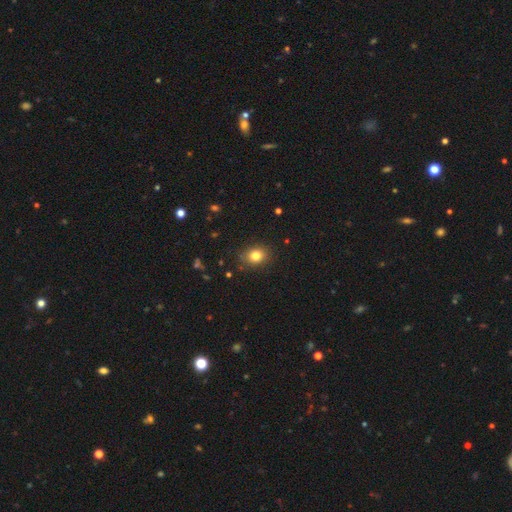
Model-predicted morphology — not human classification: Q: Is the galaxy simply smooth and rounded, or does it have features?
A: smooth — 81%.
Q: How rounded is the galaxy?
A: round — 51%.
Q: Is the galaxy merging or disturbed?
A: none — 85%.